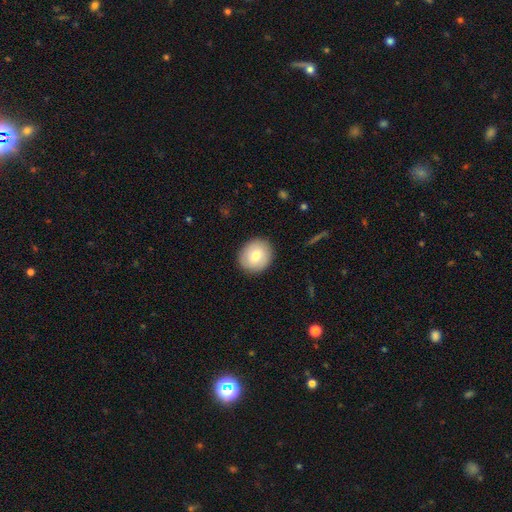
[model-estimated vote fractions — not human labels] Smooth or featured: smooth — 77% (featured or disk — 16%)
How rounded: round — 81% (in between — 18%)
Merging: none — 90% (minor disturbance — 7%)